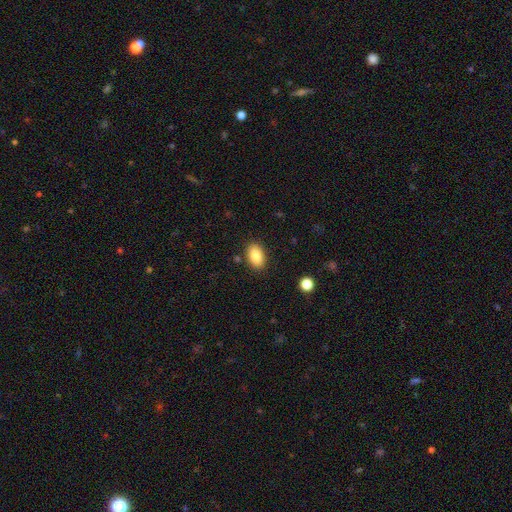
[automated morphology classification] type=smooth (86%); roundness=in between (91%); merging=none (86%).